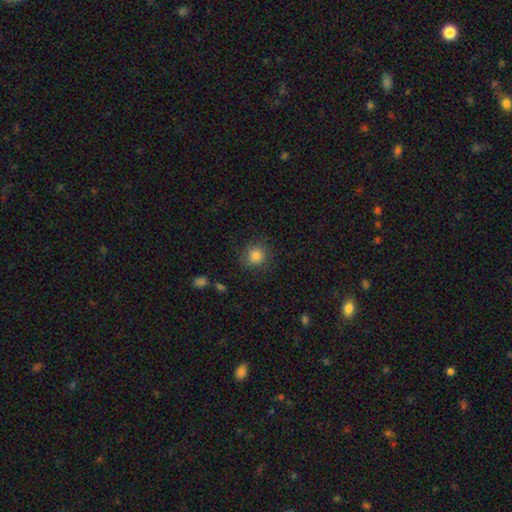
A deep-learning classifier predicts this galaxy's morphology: A smooth galaxy with no disk features (81%) that is round (91%).

Vote fractions:
- Smooth or featured? smooth: 81% / star or artifact: 10% / featured or disk: 9%
- How rounded? round: 91% / in between: 8% / cigar-shaped: 1%
- Merging? none: 78% / minor disturbance: 14% / major disturbance: 6% / merger: 1%